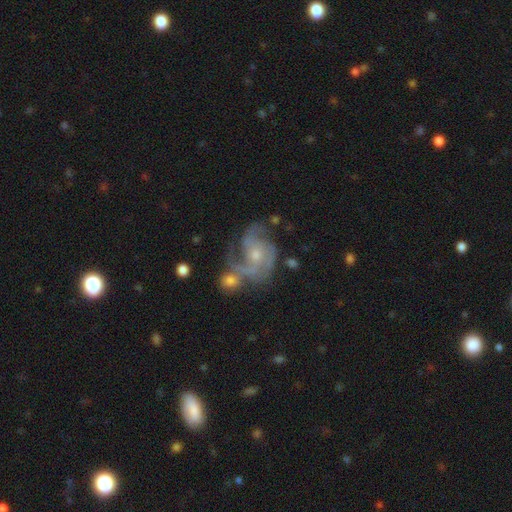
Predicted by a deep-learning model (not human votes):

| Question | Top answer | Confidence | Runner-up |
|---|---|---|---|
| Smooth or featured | featured or disk | 85% | smooth (8%) |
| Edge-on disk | no | 98% | yes (2%) |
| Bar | no | 66% | weak (28%) |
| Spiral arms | yes | 95% | no (5%) |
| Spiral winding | medium | 49% | tight (36%) |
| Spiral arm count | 3 | 34% | tied: 2 (34%) |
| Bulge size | small | 53% | moderate (41%) |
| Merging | none | 41% | merger (24%) |